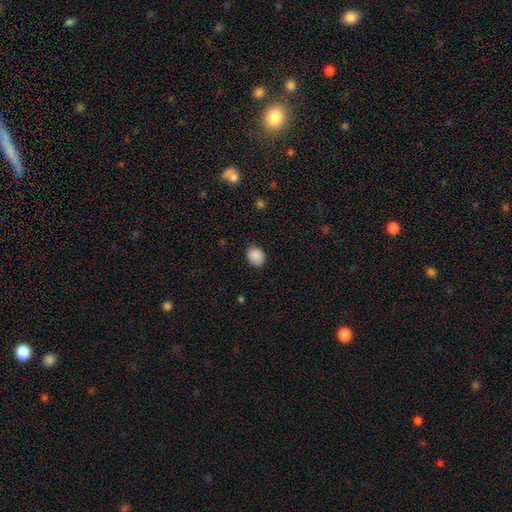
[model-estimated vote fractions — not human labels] Smooth or featured?
  - smooth: 88% *
  - star or artifact: 8%
  - featured or disk: 3%
How rounded?
  - round: 59% *
  - in between: 40%
  - cigar-shaped: 1%
Merging?
  - none: 81% *
  - minor disturbance: 15%
  - major disturbance: 3%
  - merger: 1%